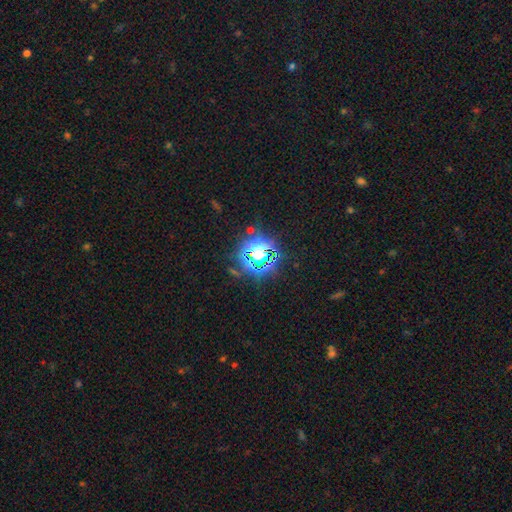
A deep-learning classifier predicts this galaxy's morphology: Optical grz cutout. It shows a star or artifact, not a galaxy (74%).